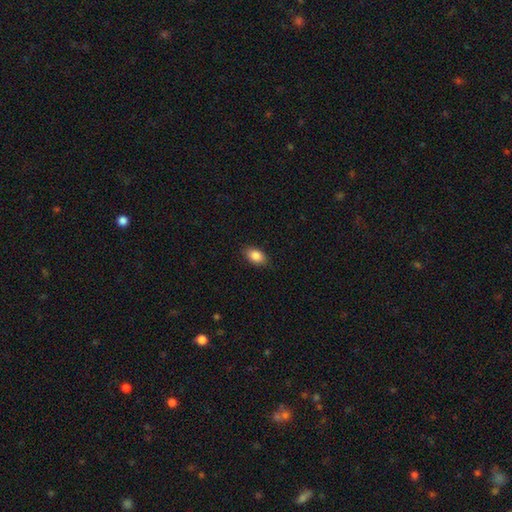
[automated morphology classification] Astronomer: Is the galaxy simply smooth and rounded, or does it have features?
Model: smooth — 87%.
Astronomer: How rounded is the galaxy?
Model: in between — 91%.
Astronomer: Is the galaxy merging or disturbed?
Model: none — 88%.